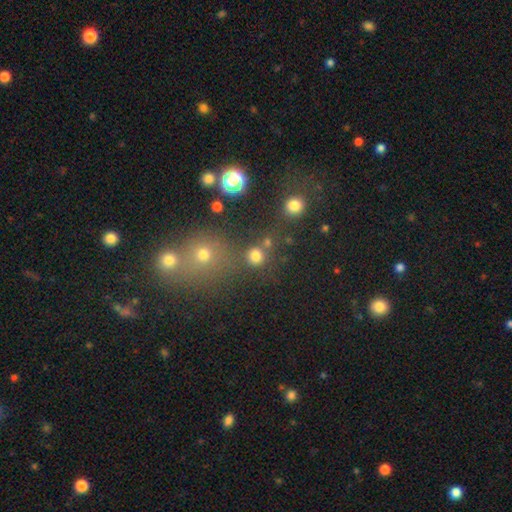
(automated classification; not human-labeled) This is likely a smooth galaxy (76%). How rounded: clearly round (89%). Merging: likely none (73%).